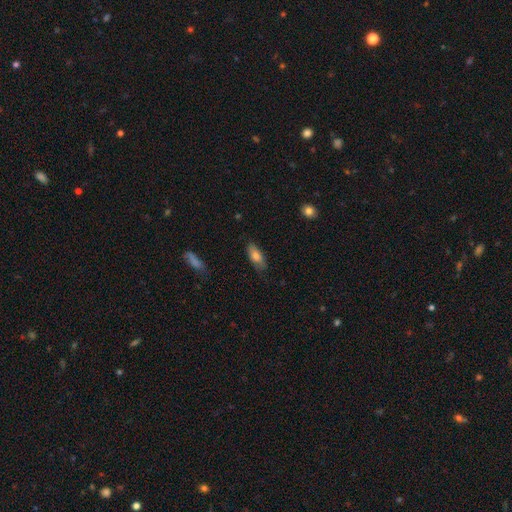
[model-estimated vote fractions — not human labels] Smooth or featured?
  - smooth: 76% *
  - featured or disk: 18%
  - star or artifact: 7%
How rounded?
  - in between: 83% *
  - cigar-shaped: 15%
  - round: 3%
Merging?
  - none: 79% *
  - minor disturbance: 17%
  - major disturbance: 3%
  - merger: 1%